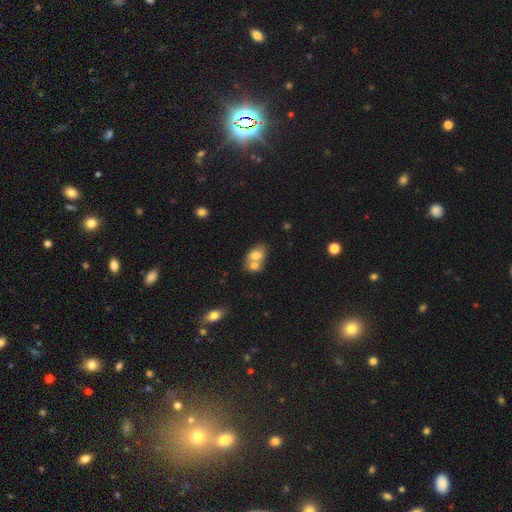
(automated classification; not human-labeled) Smooth or featured? smooth (72%)
How rounded? in between (77%)
Merging? merger (64%)